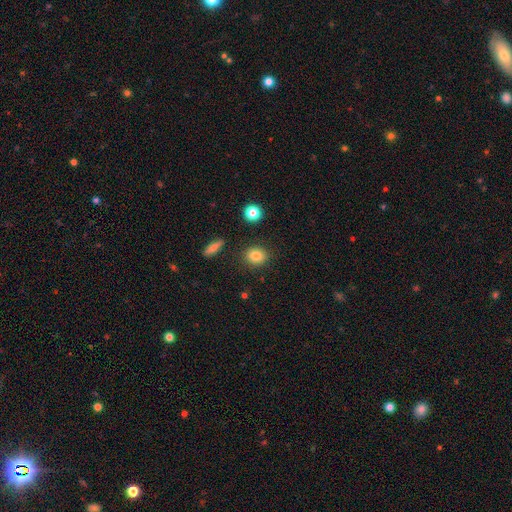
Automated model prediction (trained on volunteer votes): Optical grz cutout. It shows a smooth galaxy with no disk features (84%) that is round (66%). Merging: none (86%).